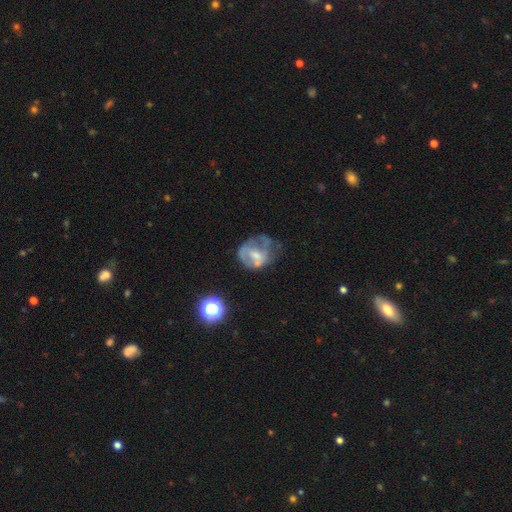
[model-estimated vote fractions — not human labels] Smooth or featured? Predicted: featured or disk (p=0.56). Edge-on disk? Predicted: no (p=0.97). Bar? Predicted: no (p=0.56). Spiral arms? Predicted: no (p=0.63). Bulge size? Predicted: moderate (p=0.39). Merging? Predicted: none (p=0.35).